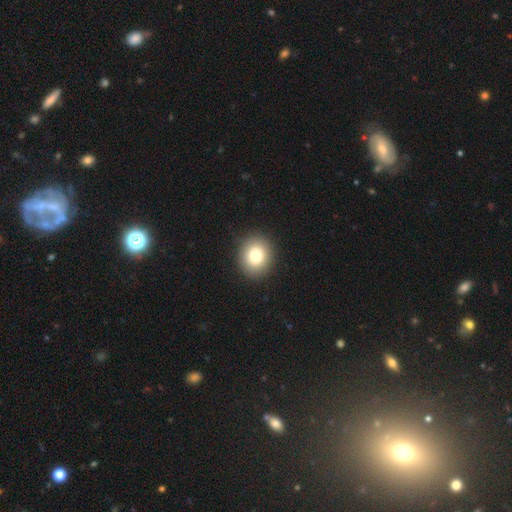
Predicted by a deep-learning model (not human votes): Q: Smooth or featured?
A: smooth (81%); runner-up: star or artifact (9%)
Q: How rounded?
A: round (74%); runner-up: in between (25%)
Q: Merging?
A: none (91%); runner-up: minor disturbance (6%)